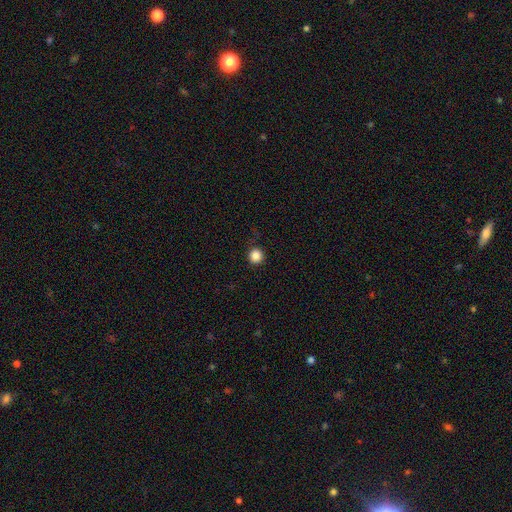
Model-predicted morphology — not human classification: This is clearly a smooth galaxy (85%). How rounded: clearly round (95%). Merging: clearly none (88%).